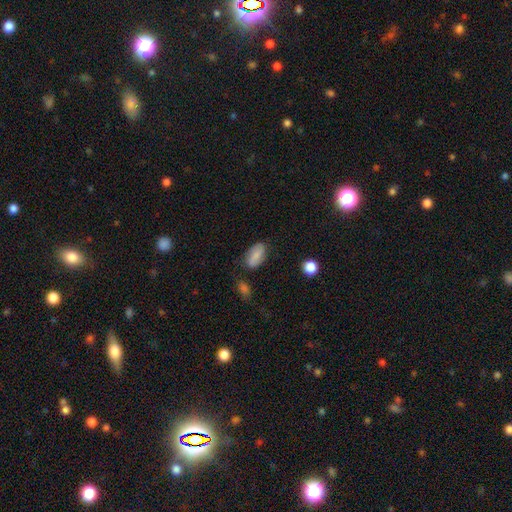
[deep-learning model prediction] Morphology: type=smooth (76%); roundness=in between (91%); merging=none (73%).